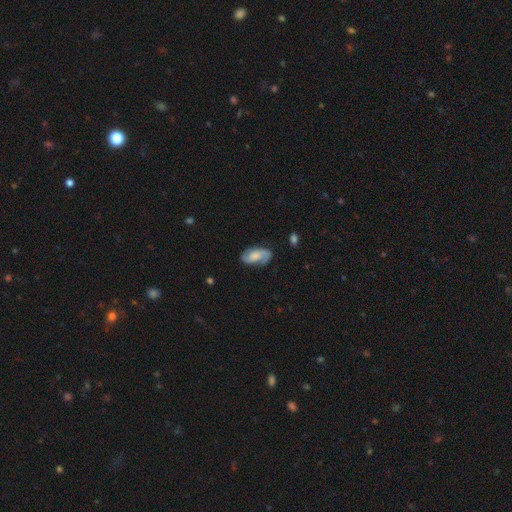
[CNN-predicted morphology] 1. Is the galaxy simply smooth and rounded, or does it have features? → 66% featured or disk, 27% smooth, 7% star or artifact.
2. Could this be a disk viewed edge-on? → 96% no, 4% yes.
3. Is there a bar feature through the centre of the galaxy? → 56% no, 35% weak, 8% strong.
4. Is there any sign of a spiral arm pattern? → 93% yes, 7% no.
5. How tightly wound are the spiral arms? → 46% medium, 28% tight, 26% loose.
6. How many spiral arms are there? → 85% 2, 7% can't tell, 4% 1, 2% 3, 1% 4, 1% more than 4.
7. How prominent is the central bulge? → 28% moderate (tied), 28% none (tied), 22% large, 20% small, 3% dominant.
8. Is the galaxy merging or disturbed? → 75% none, 17% minor disturbance, 6% major disturbance, 2% merger.